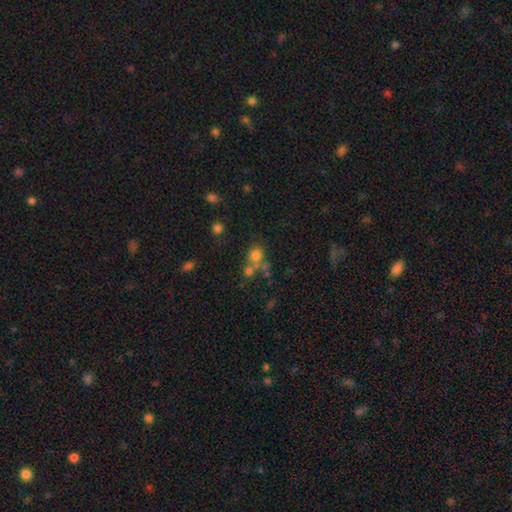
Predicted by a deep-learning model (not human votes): The model was most divided on "merging": none: 46%, merger: 38%, minor disturbance: 10%, major disturbance: 6%. More confident: how rounded — round (81%); smooth or featured — smooth (70%).